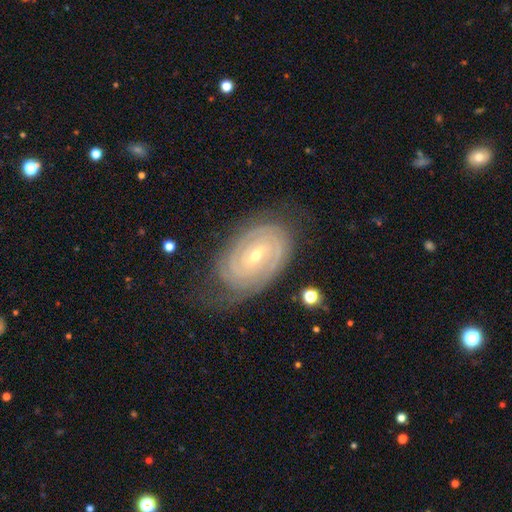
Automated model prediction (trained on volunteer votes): smooth-or-featured: featured or disk: 88% | smooth: 7% | star or artifact: 5%
  disk-edge-on: no: 96% | yes: 4%
    bar: weak: 48% | no: 28% | strong: 25%
    has-spiral-arms: yes: 97% | no: 3%
      spiral-winding: tight: 84% | medium: 13% | loose: 3%
      spiral-arm-count: 2: 36% | can't tell: 28% | 3: 16% | 4: 11% | more than 4: 5% | 1: 5%
    bulge-size: small: 63% | moderate: 34% | large: 1% | none: 1% | dominant: 1%
  merging: none: 71% | minor disturbance: 20% | major disturbance: 8% | merger: 2%